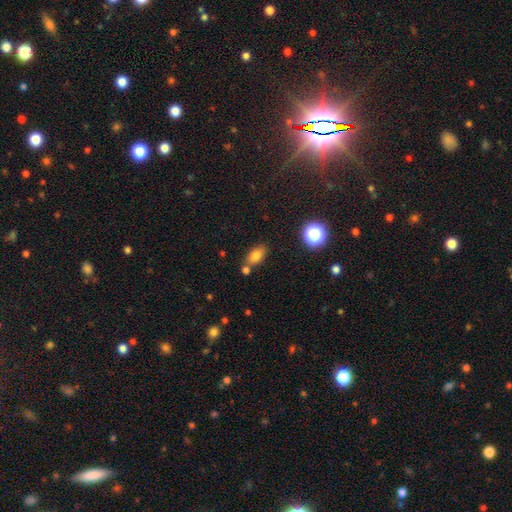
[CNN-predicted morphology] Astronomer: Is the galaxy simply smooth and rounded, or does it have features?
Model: smooth — 77%.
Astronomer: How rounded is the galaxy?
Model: in between — 83%.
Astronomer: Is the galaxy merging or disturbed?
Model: none — 68%.